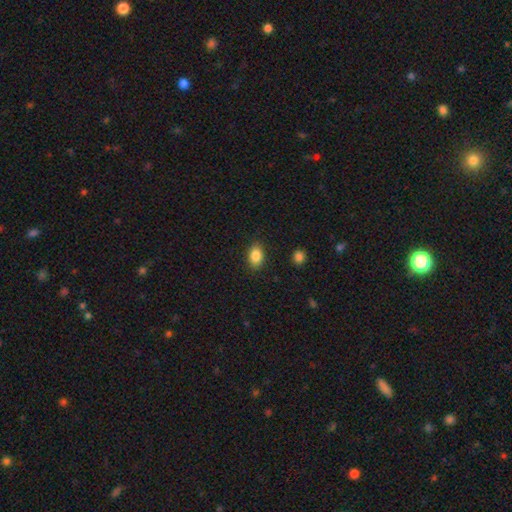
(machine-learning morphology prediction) Overall: smooth (86%). How rounded: in between (84%). Merging: none (87%).